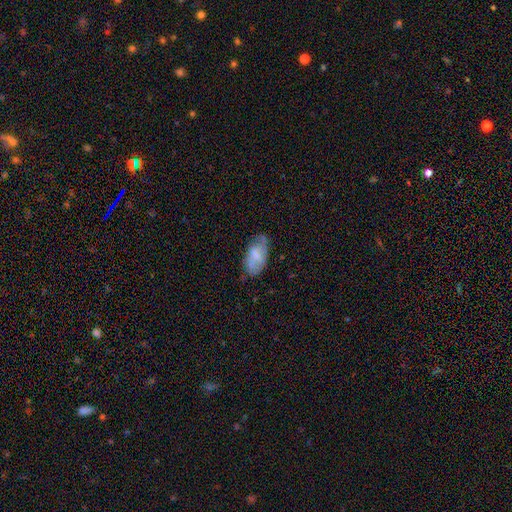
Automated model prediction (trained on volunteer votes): Smooth or featured?
  - smooth: 60% *
  - featured or disk: 33%
  - star or artifact: 7%
How rounded?
  - in between: 93% *
  - cigar-shaped: 4%
  - round: 3%
Merging?
  - none: 55% *
  - minor disturbance: 32%
  - major disturbance: 11%
  - merger: 2%